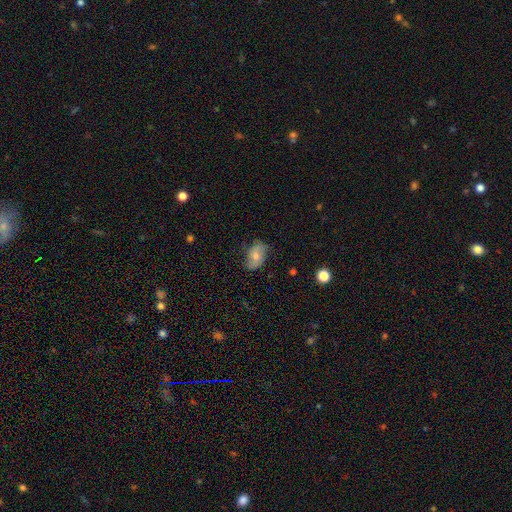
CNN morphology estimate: type=featured or disk (47%); merging=none (70%).